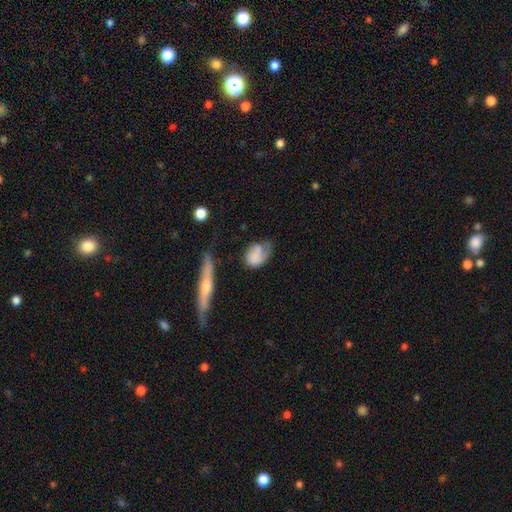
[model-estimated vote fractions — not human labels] A smooth galaxy with no disk features (58%) that is in between round and cigar-shaped (75%). Merging: none (39%).